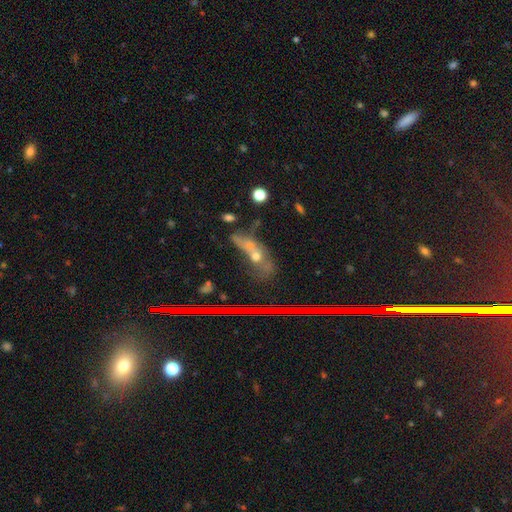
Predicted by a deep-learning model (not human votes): This appears to be a featured or disk galaxy (34%, tied with star or artifact). Merging: none (41%).